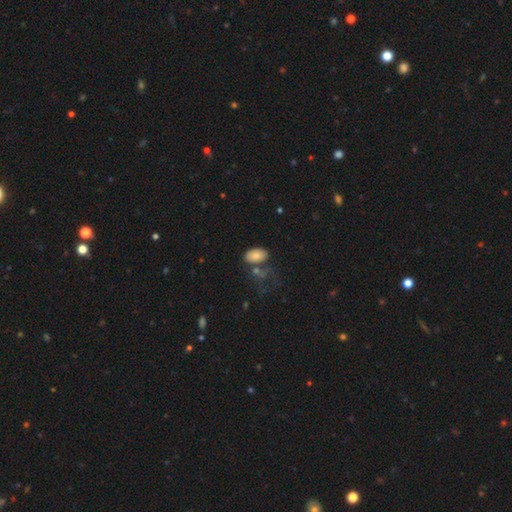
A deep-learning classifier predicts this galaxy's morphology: Smooth or featured: smooth — 82% (featured or disk — 9%)
How rounded: in between — 93% (round — 5%)
Merging: none — 58% (merger — 18%)